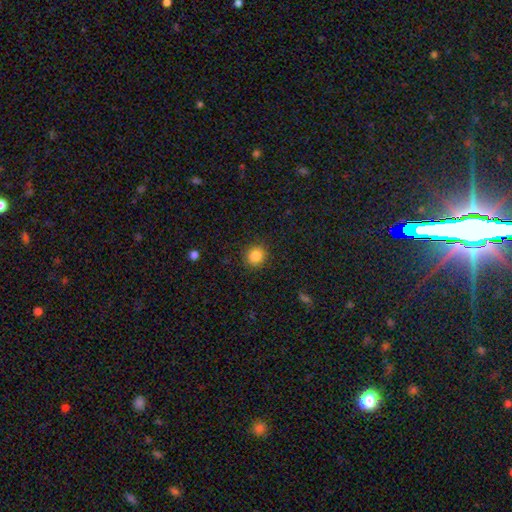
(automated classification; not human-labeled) This is clearly a smooth galaxy (86%). How rounded: clearly round (86%). Merging: clearly none (90%).